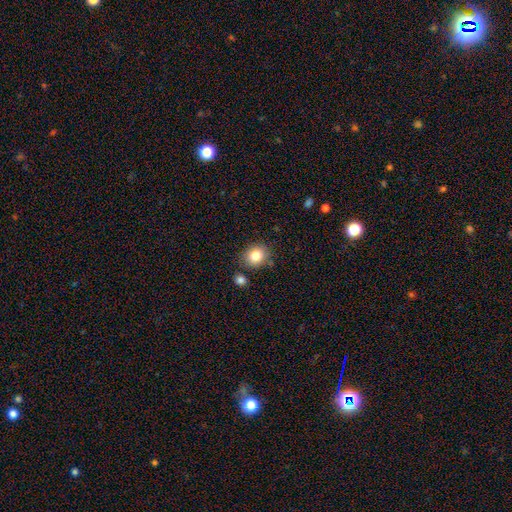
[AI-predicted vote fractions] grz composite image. It shows a smooth galaxy with no disk features (82%) that is round (63%). Merging: none (78%).